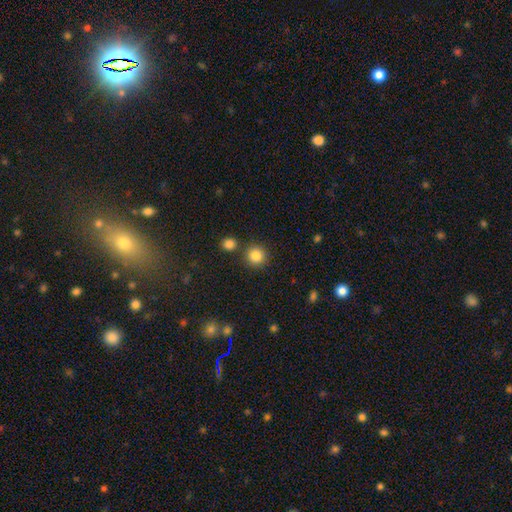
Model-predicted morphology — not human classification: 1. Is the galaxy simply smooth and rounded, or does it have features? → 85% smooth, 11% star or artifact, 4% featured or disk.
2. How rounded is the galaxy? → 93% round, 6% in between, 1% cigar-shaped.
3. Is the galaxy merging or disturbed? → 82% none, 8% merger, 7% minor disturbance, 3% major disturbance.